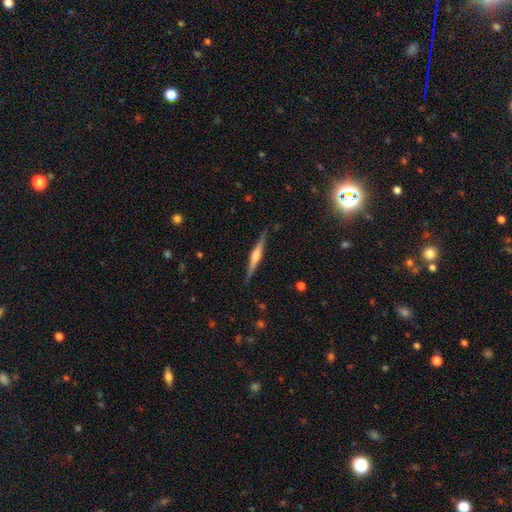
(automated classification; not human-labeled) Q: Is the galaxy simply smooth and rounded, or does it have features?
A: featured or disk — 70%.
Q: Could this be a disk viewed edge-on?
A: yes — 98%.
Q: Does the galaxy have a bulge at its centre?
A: rounded — 74%.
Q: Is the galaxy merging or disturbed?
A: none — 88%.